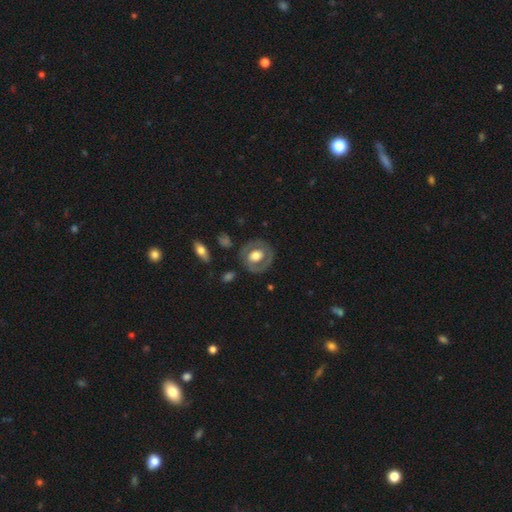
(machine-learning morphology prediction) The model was most divided on "bulge size": large: 50%, moderate: 40%, dominant: 5%, small: 4%, none: 2%. More confident: edge-on disk — no (94%); spiral arms — no (78%); merging — none (77%); bar — no (74%); smooth or featured — featured or disk (53%).